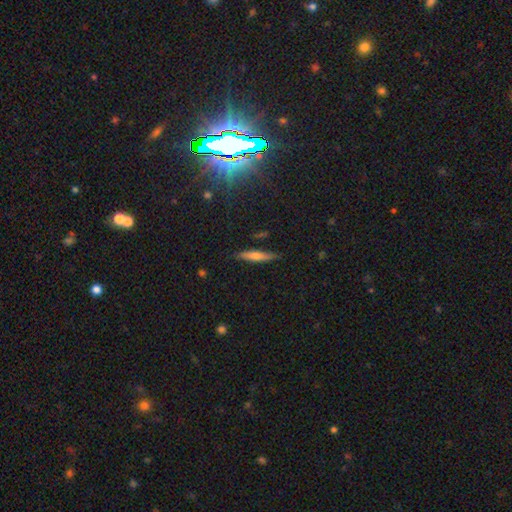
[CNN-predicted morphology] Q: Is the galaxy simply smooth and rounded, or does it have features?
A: smooth — 52%.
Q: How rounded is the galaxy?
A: cigar-shaped — 87%.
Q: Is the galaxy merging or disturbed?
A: none — 85%.